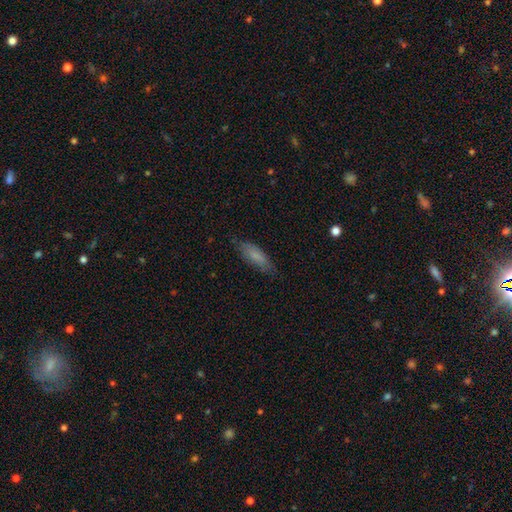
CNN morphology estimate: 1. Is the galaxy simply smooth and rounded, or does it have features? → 78% smooth, 16% featured or disk, 7% star or artifact.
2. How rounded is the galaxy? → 58% in between, 41% cigar-shaped, 2% round.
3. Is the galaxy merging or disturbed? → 75% none, 19% minor disturbance, 4% major disturbance, 1% merger.